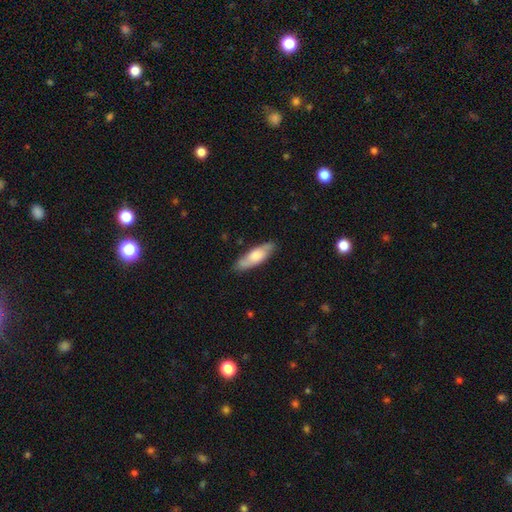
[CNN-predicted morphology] Smooth or featured? smooth (60%)
How rounded? in between (52%)
Merging? none (81%)